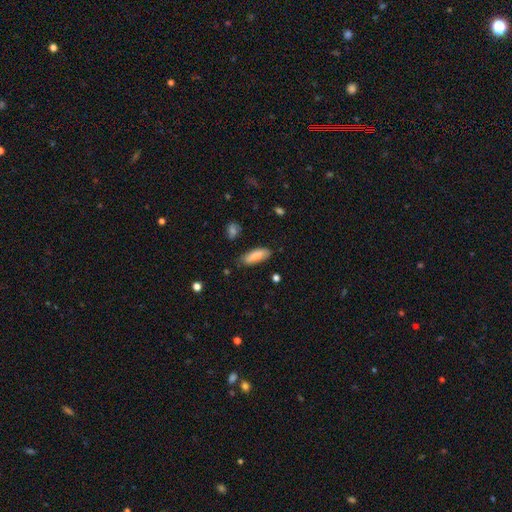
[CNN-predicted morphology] Smooth or featured?
  - smooth: 83% *
  - featured or disk: 11%
  - star or artifact: 6%
How rounded?
  - in between: 69% *
  - cigar-shaped: 29%
  - round: 2%
Merging?
  - none: 77% *
  - minor disturbance: 17%
  - major disturbance: 3%
  - merger: 2%